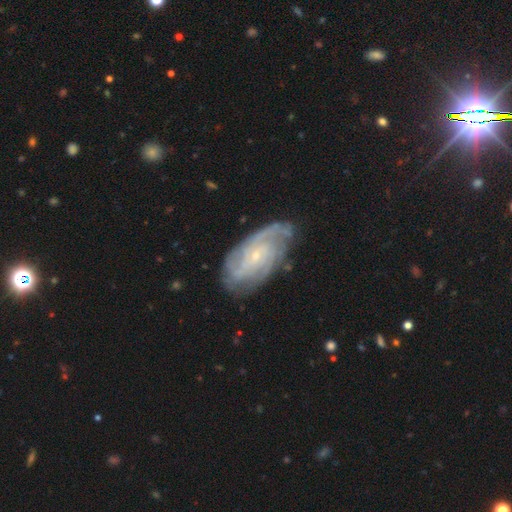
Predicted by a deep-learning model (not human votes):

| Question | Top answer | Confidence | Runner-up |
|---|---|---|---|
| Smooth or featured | featured or disk | 84% | smooth (10%) |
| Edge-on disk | no | 95% | yes (5%) |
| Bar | no | 65% | weak (29%) |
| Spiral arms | yes | 95% | no (5%) |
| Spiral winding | tight | 54% | medium (36%) |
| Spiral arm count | can't tell | 32% | 3 (22%) |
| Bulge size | small | 82% | moderate (14%) |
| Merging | none | 70% | minor disturbance (21%) |